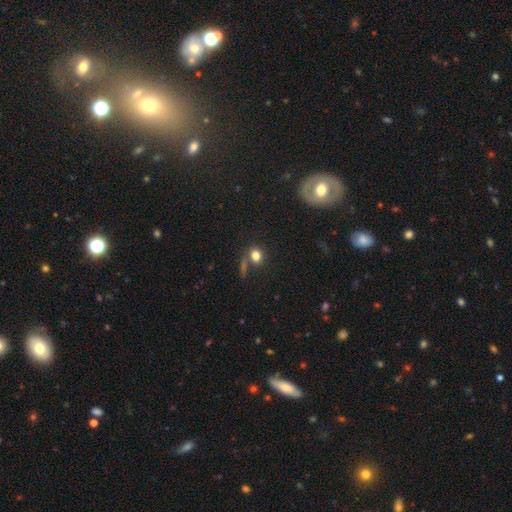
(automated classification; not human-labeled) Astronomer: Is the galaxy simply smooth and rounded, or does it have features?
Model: smooth — 79%.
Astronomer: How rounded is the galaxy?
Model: round — 68%.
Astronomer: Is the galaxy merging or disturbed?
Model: none — 65%.